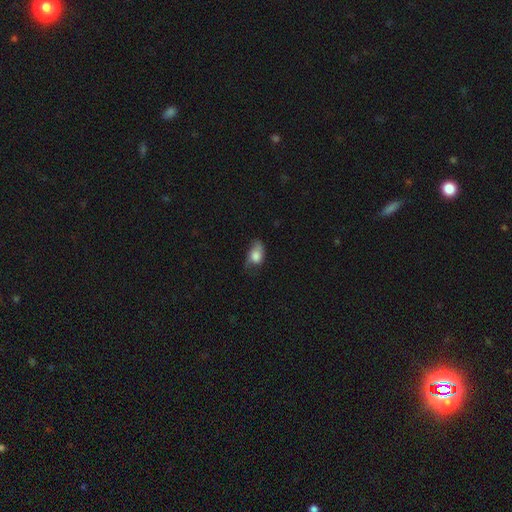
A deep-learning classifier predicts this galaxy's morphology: Q: Smooth or featured?
A: smooth (74%); runner-up: featured or disk (18%)
Q: How rounded?
A: in between (79%); runner-up: round (19%)
Q: Merging?
A: none (37%); tied with: minor disturbance (37%)